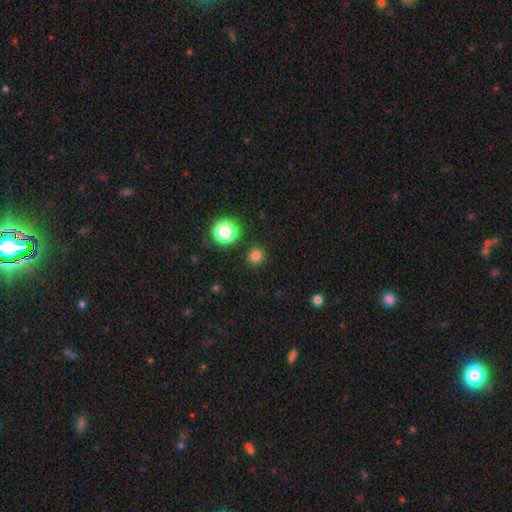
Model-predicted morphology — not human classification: This is likely a smooth galaxy (77%). How rounded: clearly round (89%). Merging: clearly none (89%).